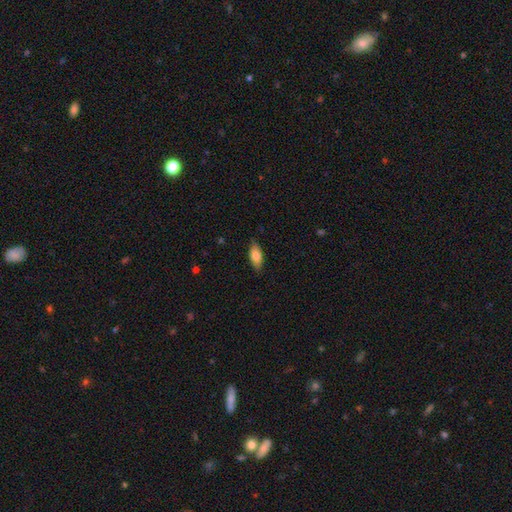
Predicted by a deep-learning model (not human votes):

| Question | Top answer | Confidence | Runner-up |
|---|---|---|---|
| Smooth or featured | smooth | 79% | featured or disk (15%) |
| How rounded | in between | 84% | cigar-shaped (13%) |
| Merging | none | 84% | minor disturbance (13%) |